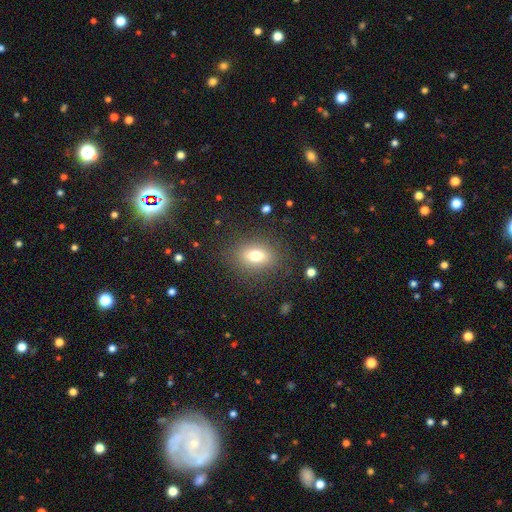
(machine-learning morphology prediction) Q: Smooth or featured?
A: smooth (73%); runner-up: featured or disk (15%)
Q: How rounded?
A: in between (68%); runner-up: round (30%)
Q: Merging?
A: none (83%); runner-up: minor disturbance (10%)